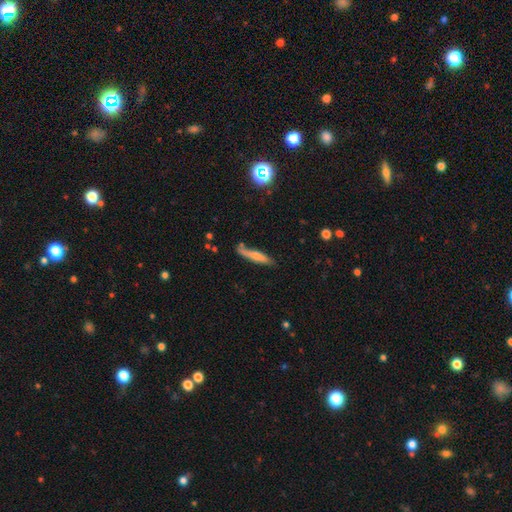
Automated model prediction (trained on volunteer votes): Smooth or featured?
  - smooth: 64% *
  - featured or disk: 29%
  - star or artifact: 6%
How rounded?
  - cigar-shaped: 87% *
  - in between: 12%
  - round: 2%
Merging?
  - none: 69% *
  - minor disturbance: 21%
  - merger: 6%
  - major disturbance: 4%